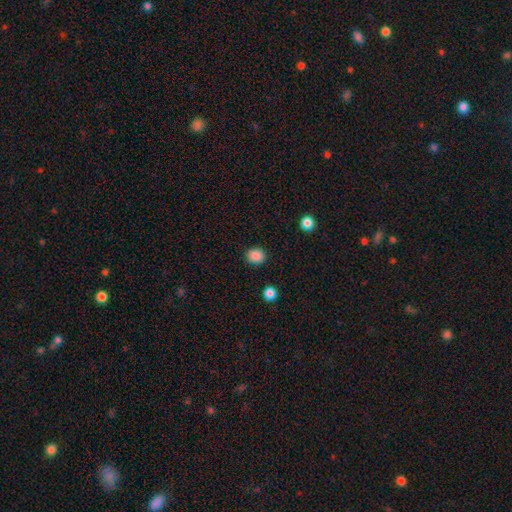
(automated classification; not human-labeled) A smooth galaxy with no disk features (87%) that is round (71%). Merging: none (89%).